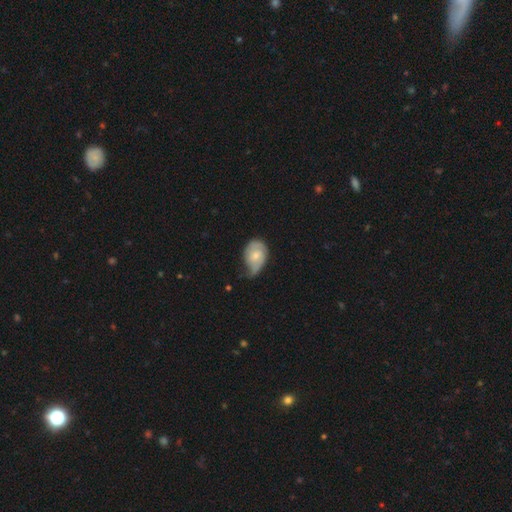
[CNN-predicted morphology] smooth-or-featured: featured or disk: 52% | smooth: 42% | star or artifact: 6%
  disk-edge-on: no: 96% | yes: 4%
    bar: no: 71% | weak: 25% | strong: 4%
    has-spiral-arms: yes: 79% | no: 21%
    bulge-size: small: 50% | moderate: 44% | none: 3% | large: 3% | dominant: 1%
  merging: minor disturbance: 45% | none: 30% | major disturbance: 23% | merger: 3%